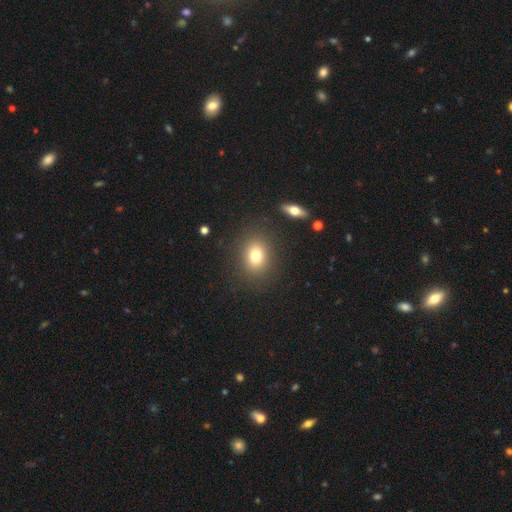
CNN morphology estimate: This is likely a smooth galaxy (76%). How rounded: possibly round (50%). Merging: clearly none (85%).